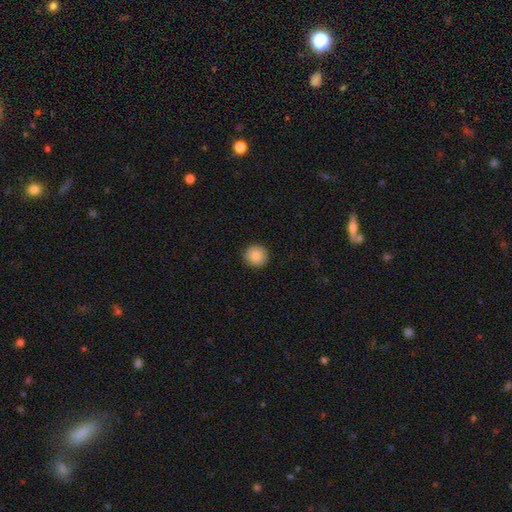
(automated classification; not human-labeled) A smooth galaxy with no disk features (87%) that is round (93%). Merging: none (92%).